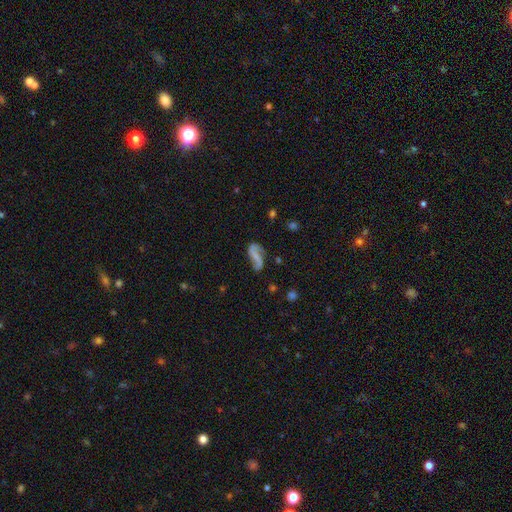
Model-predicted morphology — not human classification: A featured or disk galaxy (73%) with no bar (39%), 2 (87%) loose (73%) spiral arms (90%) and no central bulge (51%). Merging: none (59%).